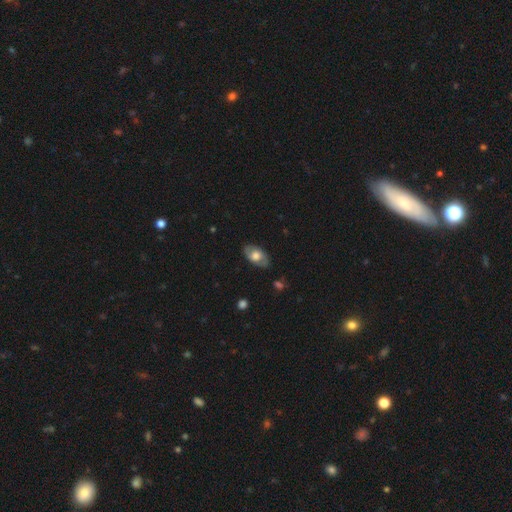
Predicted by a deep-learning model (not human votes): Smooth or featured?
  - smooth: 53% *
  - featured or disk: 41%
  - star or artifact: 6%
How rounded?
  - in between: 91% *
  - round: 7%
  - cigar-shaped: 2%
Merging?
  - none: 81% *
  - minor disturbance: 14%
  - major disturbance: 3%
  - merger: 1%